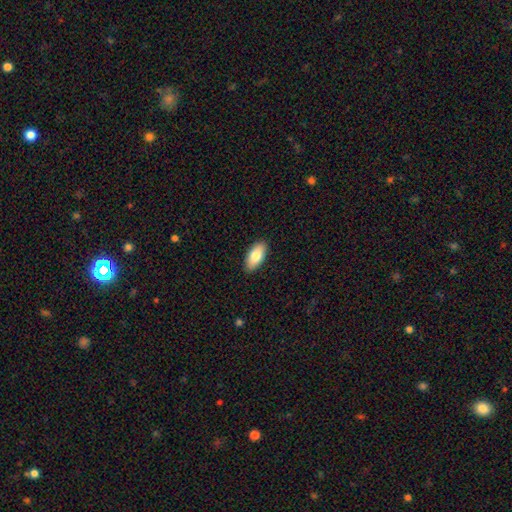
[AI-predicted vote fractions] smooth_or_featured: smooth (p=0.82) [alt: featured or disk p=0.12]
how_rounded: in between (p=0.91) [alt: cigar-shaped p=0.07]
merging: none (p=0.89) [alt: minor disturbance p=0.08]